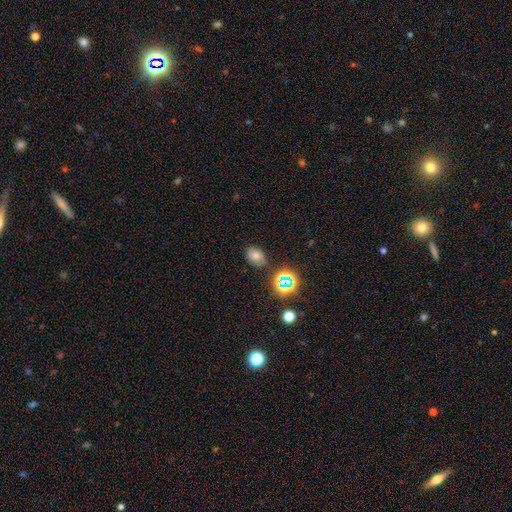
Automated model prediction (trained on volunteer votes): Q: Smooth or featured?
A: smooth (53%); runner-up: star or artifact (32%)
Q: How rounded?
A: in between (60%); runner-up: round (39%)
Q: Merging?
A: none (80%); runner-up: minor disturbance (13%)